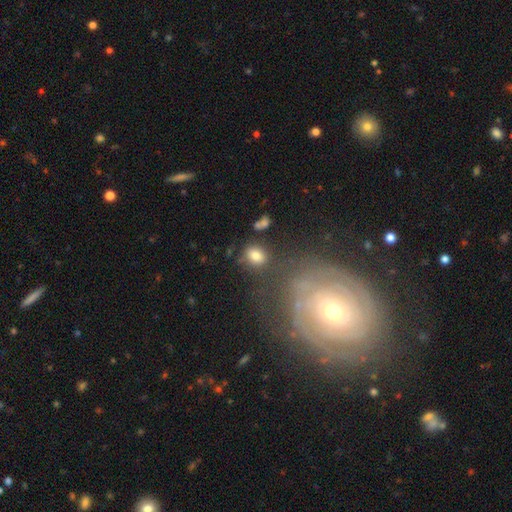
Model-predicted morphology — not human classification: A smooth galaxy with no disk features (80%) that is in between round and cigar-shaped (54%). Merging: none (70%).